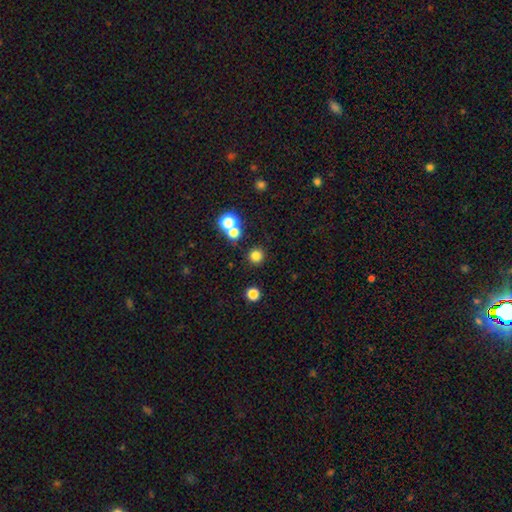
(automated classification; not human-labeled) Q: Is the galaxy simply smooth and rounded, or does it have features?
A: smooth — 78%.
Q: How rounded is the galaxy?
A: round — 95%.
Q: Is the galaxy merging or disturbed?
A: none — 85%.